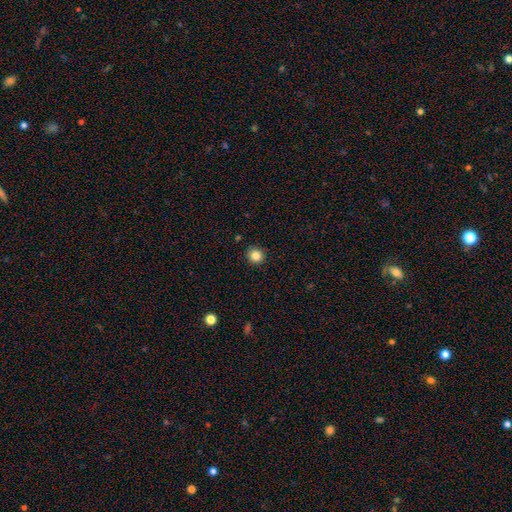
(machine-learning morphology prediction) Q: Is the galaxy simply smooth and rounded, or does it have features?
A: smooth — 84%.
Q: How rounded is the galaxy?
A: round — 91%.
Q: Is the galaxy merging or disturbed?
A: none — 91%.